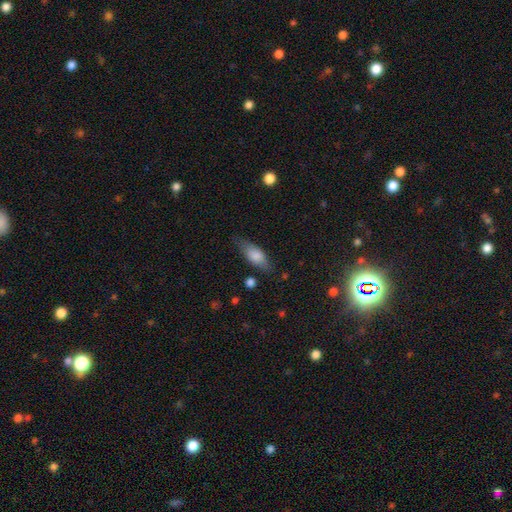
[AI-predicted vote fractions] smooth-or-featured: smooth: 77% | featured or disk: 16% | star or artifact: 7%
  how-rounded: in between: 75% | cigar-shaped: 22% | round: 3%
  merging: none: 70% | minor disturbance: 22% | major disturbance: 6% | merger: 2%